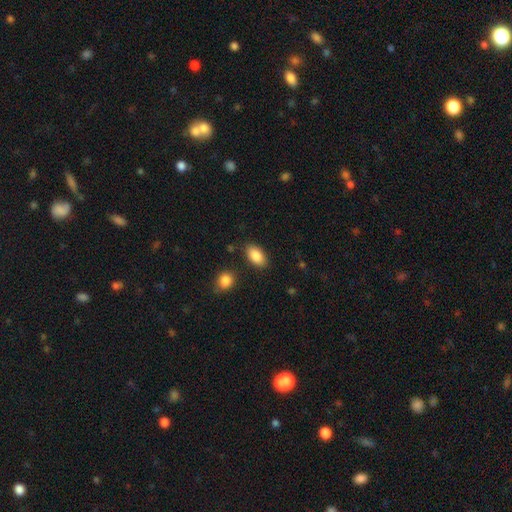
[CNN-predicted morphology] Smooth or featured?
  - smooth: 87% *
  - star or artifact: 7%
  - featured or disk: 6%
How rounded?
  - in between: 93% *
  - round: 5%
  - cigar-shaped: 2%
Merging?
  - none: 83% *
  - minor disturbance: 11%
  - merger: 3%
  - major disturbance: 3%